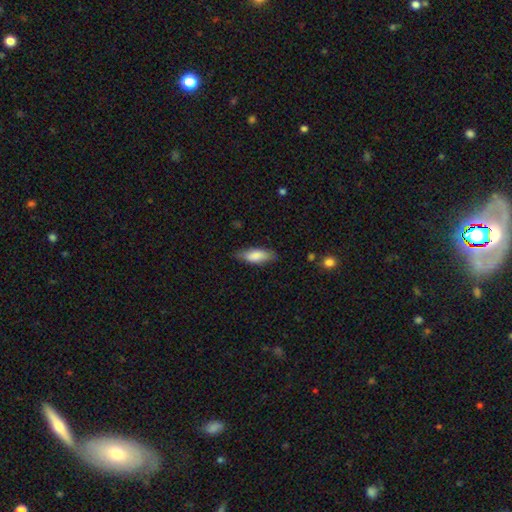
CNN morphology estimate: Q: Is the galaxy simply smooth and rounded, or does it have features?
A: smooth — 80%.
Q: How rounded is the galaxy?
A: in between — 68%.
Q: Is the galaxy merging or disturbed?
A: none — 78%.